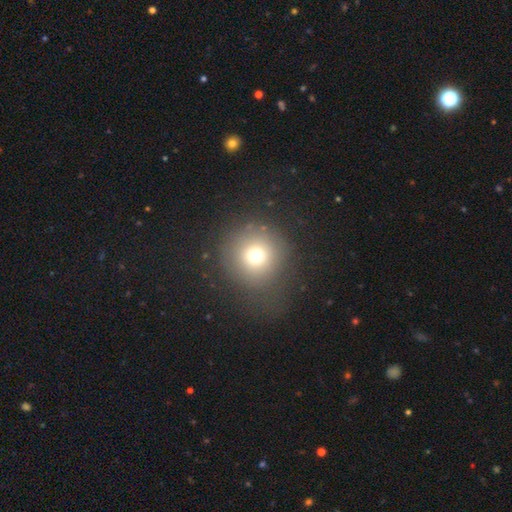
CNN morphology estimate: Smooth or featured? smooth (71%)
How rounded? round (93%)
Merging? none (77%)